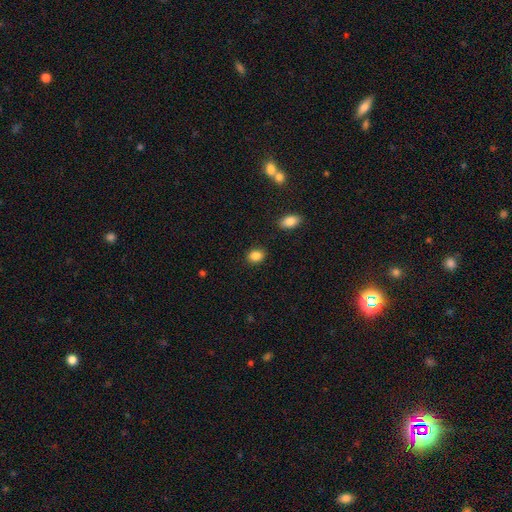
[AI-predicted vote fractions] This is clearly a smooth galaxy (86%). How rounded: possibly in between (57%). Merging: clearly none (88%).